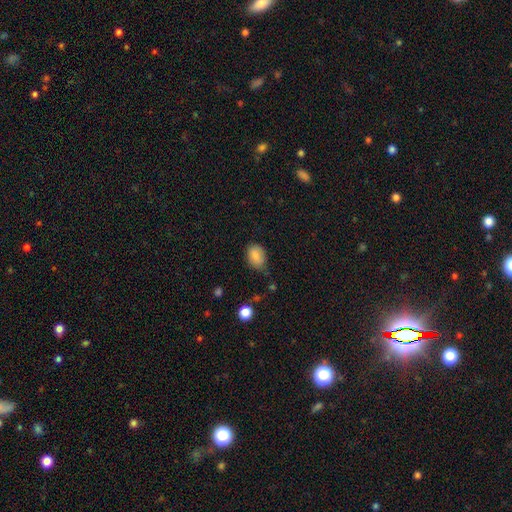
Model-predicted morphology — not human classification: This is clearly a smooth galaxy (85%). How rounded: likely in between (77%). Merging: likely none (62%).